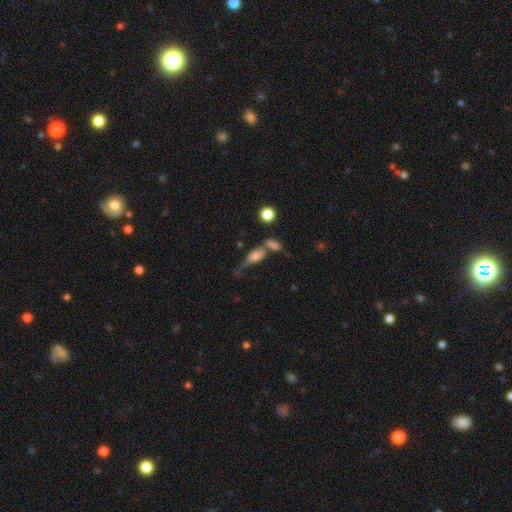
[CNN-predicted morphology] Smooth or featured? Predicted: smooth (p=0.55). How rounded? Predicted: in between (p=0.66). Merging? Predicted: merger (p=0.33).